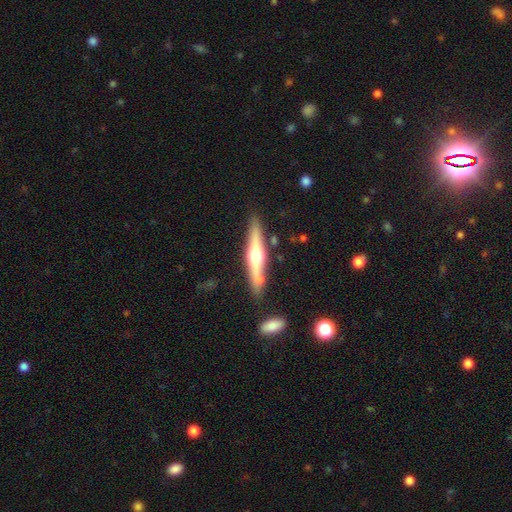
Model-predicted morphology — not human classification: smooth_or_featured: featured or disk (p=0.62) [alt: smooth p=0.32]
disk_edge_on: yes (p=0.94) [alt: no p=0.06]
edge_on_bulge: rounded (p=0.93) [alt: boxy p=0.04]
merging: none (p=0.79) [alt: minor disturbance p=0.12]